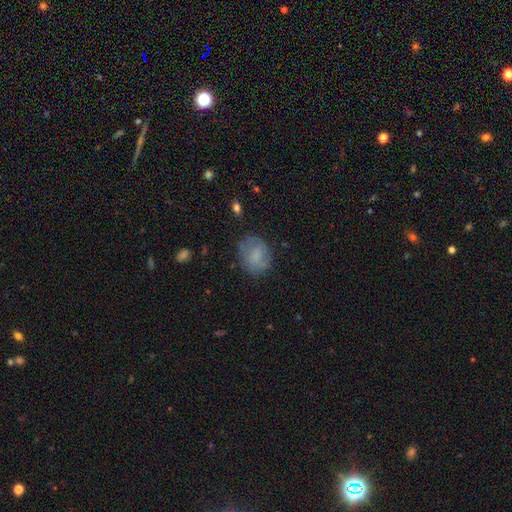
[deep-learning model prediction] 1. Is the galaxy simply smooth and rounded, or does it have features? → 72% smooth, 19% featured or disk, 9% star or artifact.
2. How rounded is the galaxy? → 58% in between, 41% round, 1% cigar-shaped.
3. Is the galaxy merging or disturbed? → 70% none, 20% minor disturbance, 8% major disturbance, 2% merger.